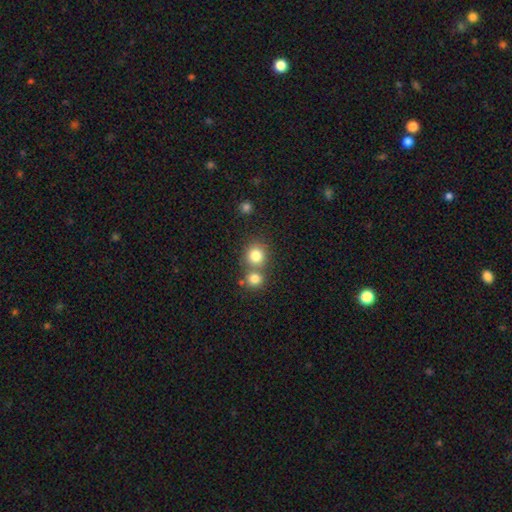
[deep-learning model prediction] A smooth galaxy with no disk features (80%) that is round (86%). Merging: none (56%).